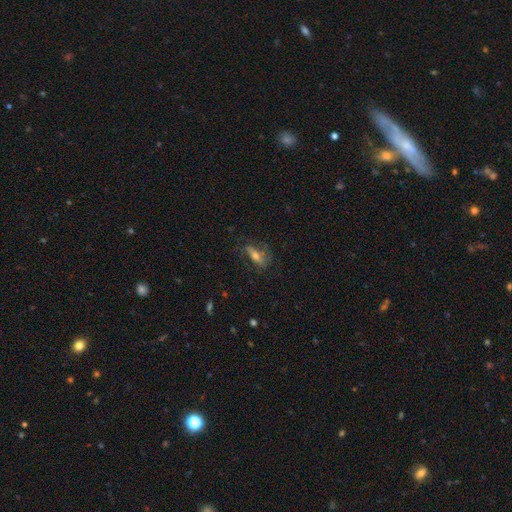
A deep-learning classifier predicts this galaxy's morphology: This is possibly a featured or disk galaxy (54%). It is likely not viewed edge-on (73%). Merging: likely none (61%).